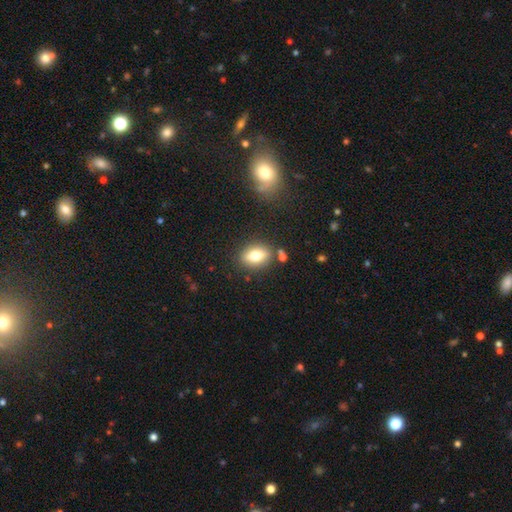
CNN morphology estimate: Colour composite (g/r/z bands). It shows a smooth galaxy with no disk features (73%) that is in between round and cigar-shaped (79%). Merging: none (82%).